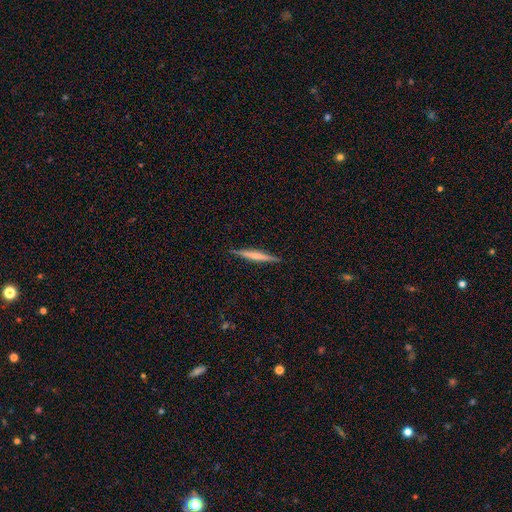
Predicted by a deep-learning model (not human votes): This is possibly a featured or disk galaxy (50%). Merging: clearly none (90%).